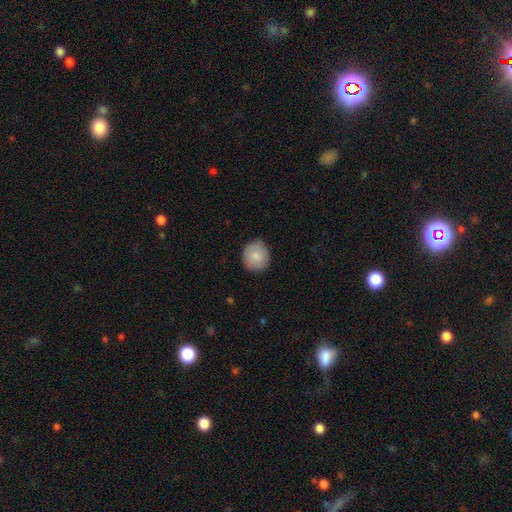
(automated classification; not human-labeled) Smooth or featured: smooth — 83% (featured or disk — 10%)
How rounded: round — 89% (in between — 10%)
Merging: none — 87% (minor disturbance — 10%)